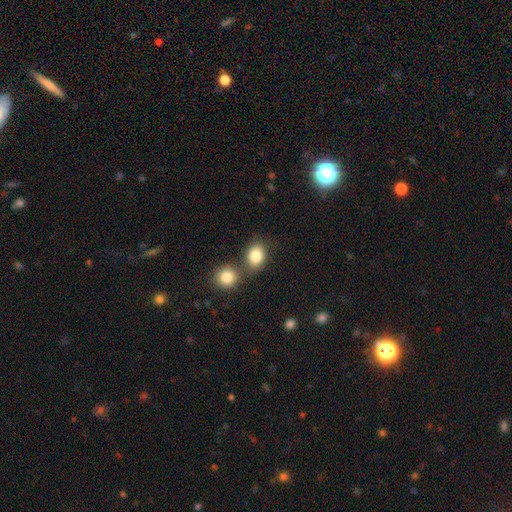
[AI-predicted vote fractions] Q: Smooth or featured?
A: smooth (84%); runner-up: star or artifact (9%)
Q: How rounded?
A: in between (55%); runner-up: round (44%)
Q: Merging?
A: none (55%); runner-up: merger (31%)